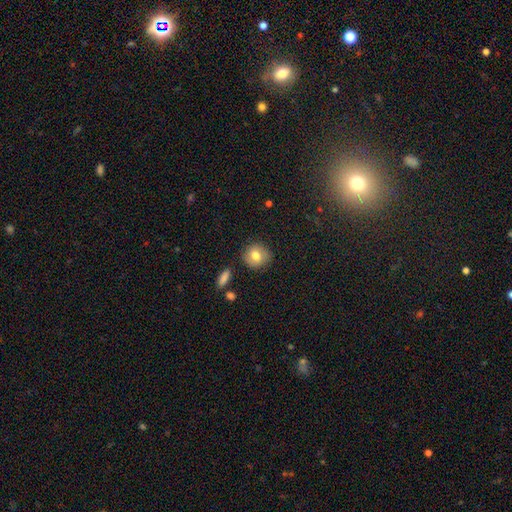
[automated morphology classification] A smooth galaxy with no disk features (75%) that is round (83%). Merging: none (84%).